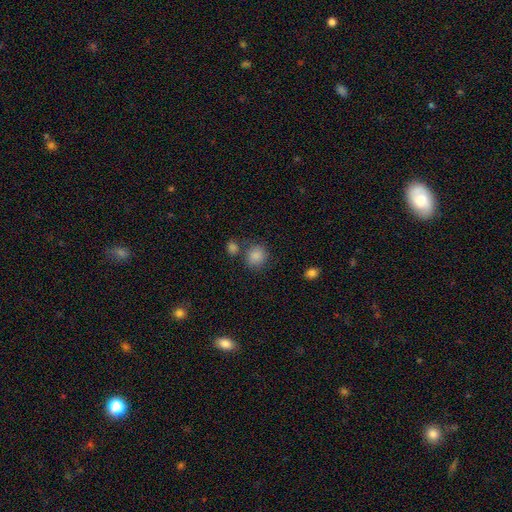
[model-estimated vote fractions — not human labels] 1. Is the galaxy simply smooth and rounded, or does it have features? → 86% smooth, 10% star or artifact, 5% featured or disk.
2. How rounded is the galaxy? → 82% round, 17% in between, 1% cigar-shaped.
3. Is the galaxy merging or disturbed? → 69% none, 16% merger, 12% minor disturbance, 4% major disturbance.